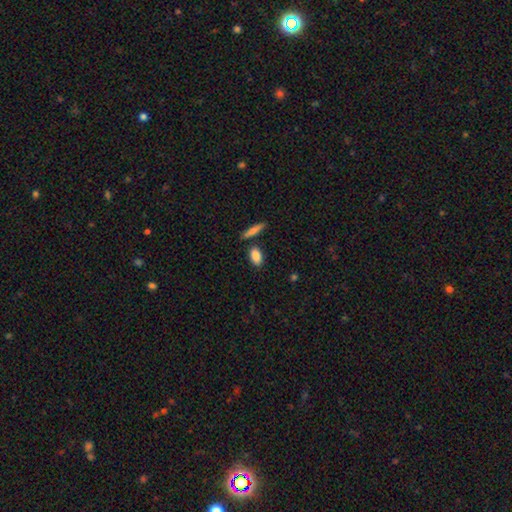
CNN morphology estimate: Q: Smooth or featured?
A: smooth (86%); runner-up: featured or disk (7%)
Q: How rounded?
A: in between (86%); runner-up: cigar-shaped (7%)
Q: Merging?
A: none (80%); runner-up: minor disturbance (10%)